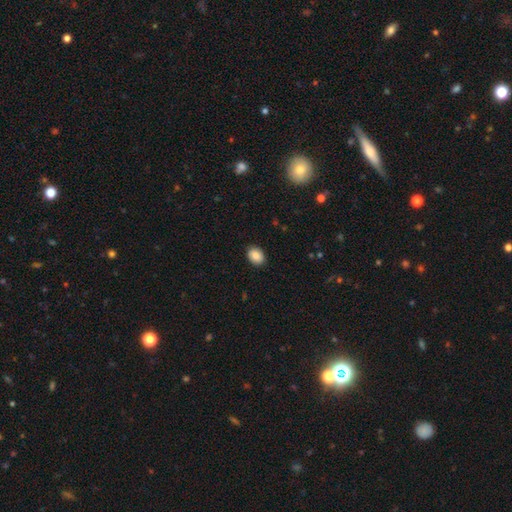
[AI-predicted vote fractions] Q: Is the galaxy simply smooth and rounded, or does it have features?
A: smooth — 86%.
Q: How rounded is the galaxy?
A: in between — 66%.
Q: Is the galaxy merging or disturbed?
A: none — 89%.